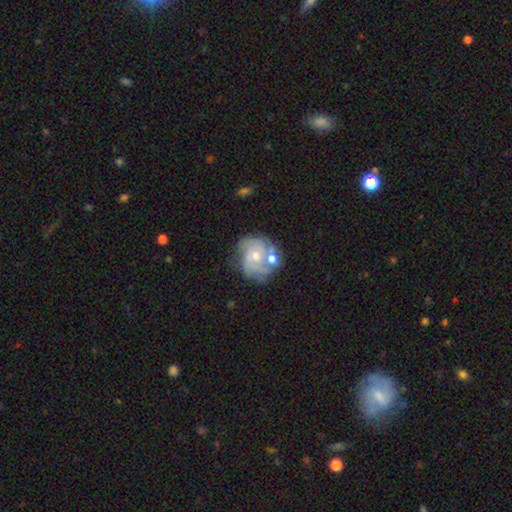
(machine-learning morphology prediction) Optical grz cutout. It shows a featured or disk galaxy (76%) with no bar (76%), 3 (35%) tight (50%) spiral arms (90%) and a small central bulge (51%). Merging: none (58%).